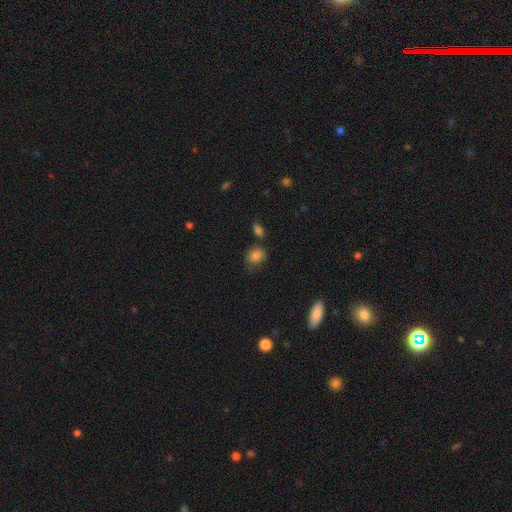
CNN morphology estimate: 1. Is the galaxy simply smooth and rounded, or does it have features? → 85% smooth, 10% star or artifact, 6% featured or disk.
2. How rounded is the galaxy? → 57% in between, 42% round, 1% cigar-shaped.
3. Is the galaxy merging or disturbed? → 60% none, 25% minor disturbance, 8% merger, 8% major disturbance.